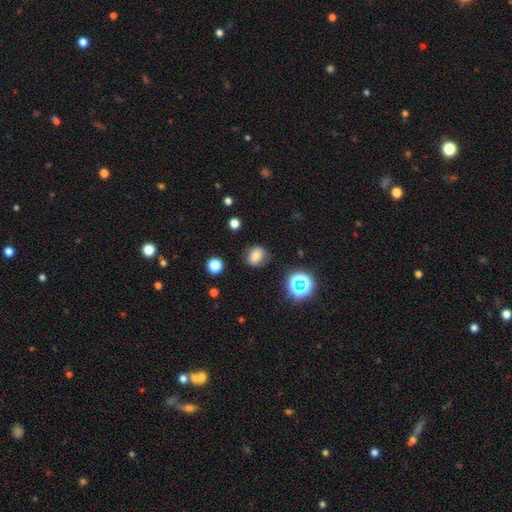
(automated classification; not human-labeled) Smooth or featured: smooth — 72% (star or artifact — 17%)
How rounded: round — 60% (in between — 39%)
Merging: none — 80% (minor disturbance — 14%)